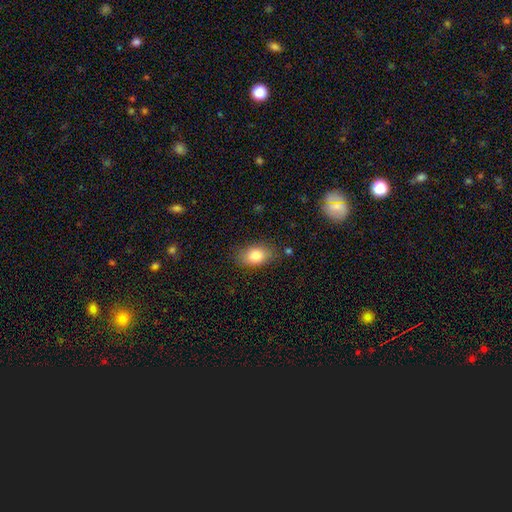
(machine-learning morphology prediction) This is clearly a smooth galaxy (83%). How rounded: clearly in between (84%). Merging: likely none (79%).